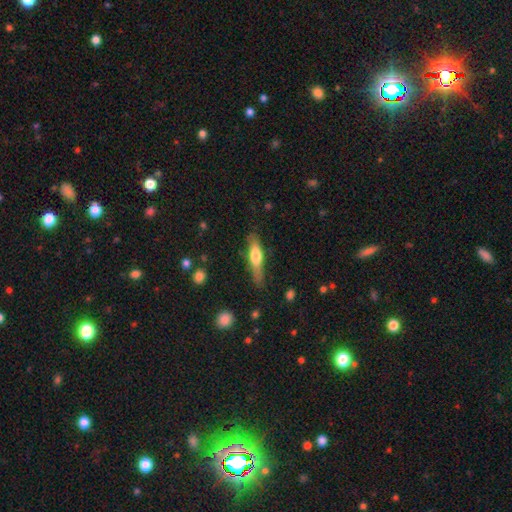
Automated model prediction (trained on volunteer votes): smooth 55%, featured or disk 39%, star or artifact 6%. Down the decision tree: how rounded — cigar-shaped (71%); merging — none (72%).